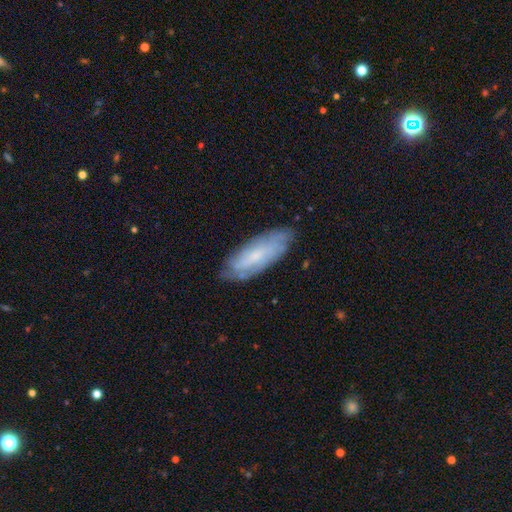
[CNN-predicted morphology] featured or disk 54%, smooth 38%, star or artifact 8%. Down the decision tree: edge-on disk — no (79%); merging — none (77%).